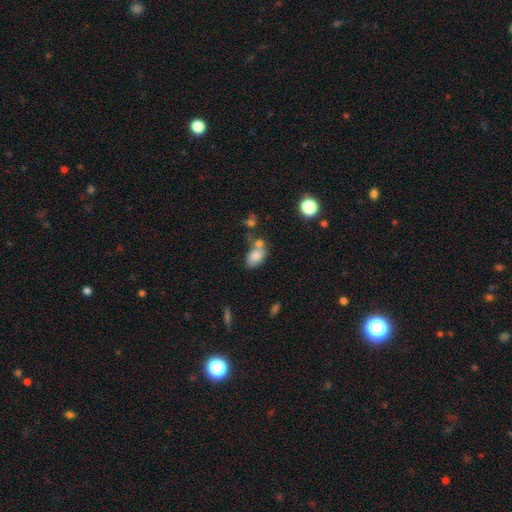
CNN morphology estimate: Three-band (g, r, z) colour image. It shows a smooth galaxy with no disk features (78%) that is in between round and cigar-shaped (88%). Merging: none (37%).